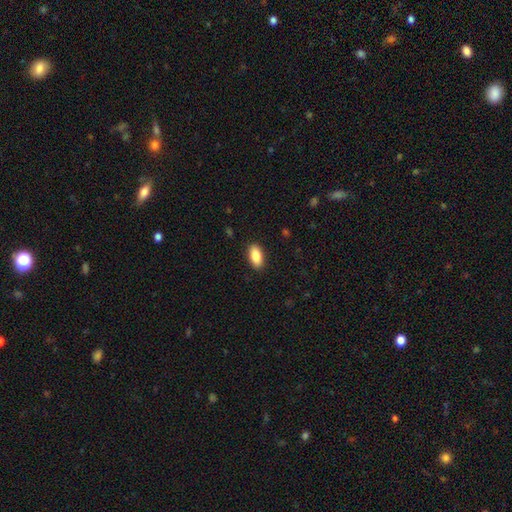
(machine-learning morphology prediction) A smooth galaxy with no disk features (88%) that is in between round and cigar-shaped (90%).

Vote fractions:
- Smooth or featured? smooth: 88% / star or artifact: 7% / featured or disk: 6%
- How rounded? in between: 90% / cigar-shaped: 7% / round: 3%
- Merging? none: 89% / minor disturbance: 8% / major disturbance: 2% / merger: 1%